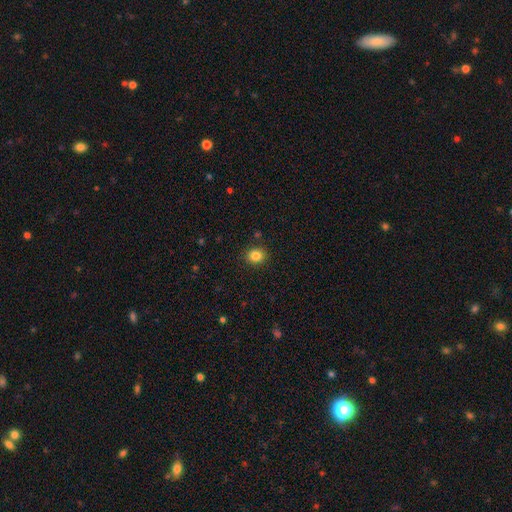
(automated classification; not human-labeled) Smooth or featured: smooth — 84% (star or artifact — 11%)
How rounded: round — 71% (in between — 28%)
Merging: none — 89% (minor disturbance — 7%)